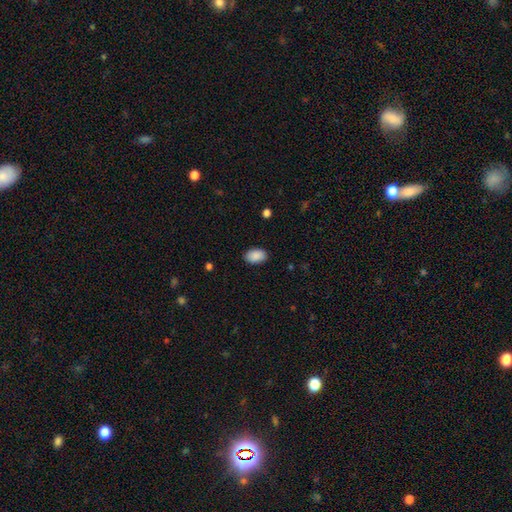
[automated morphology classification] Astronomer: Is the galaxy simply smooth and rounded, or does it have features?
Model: smooth — 90%.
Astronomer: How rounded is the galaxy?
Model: in between — 90%.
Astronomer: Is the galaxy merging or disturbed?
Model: none — 88%.